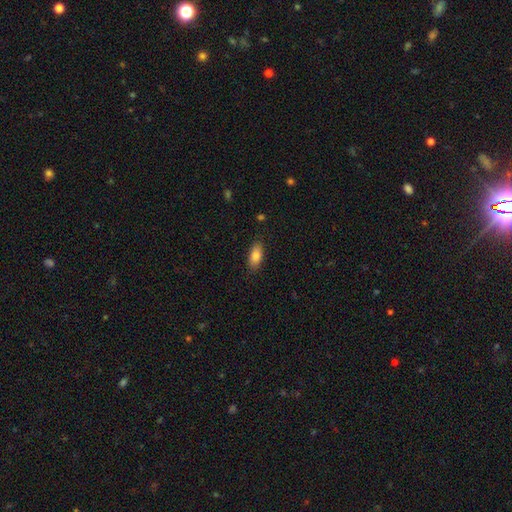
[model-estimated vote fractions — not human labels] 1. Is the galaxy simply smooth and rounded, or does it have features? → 83% smooth, 10% featured or disk, 7% star or artifact.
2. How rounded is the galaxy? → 86% in between, 11% cigar-shaped, 3% round.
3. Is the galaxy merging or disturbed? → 86% none, 11% minor disturbance, 2% major disturbance, 1% merger.